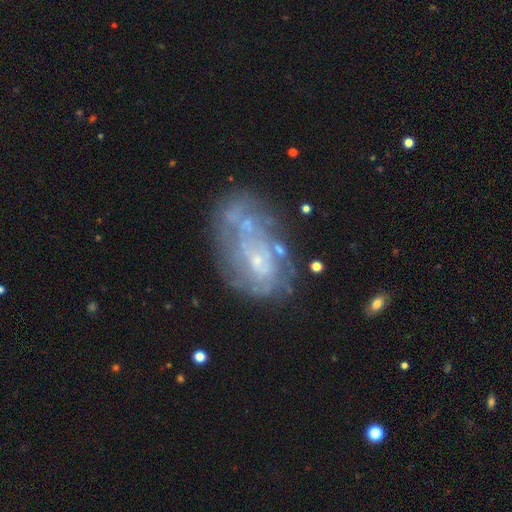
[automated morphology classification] type=featured or disk (68%); edge-on=no (96%); bar=no (73%); spiral arms=no (52%); bulge=small (62%); merging=none (48%).